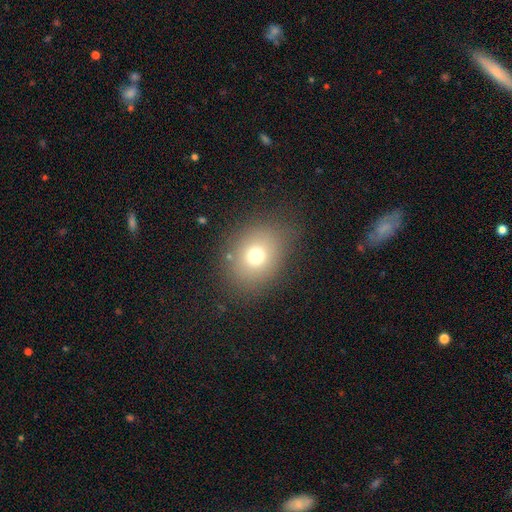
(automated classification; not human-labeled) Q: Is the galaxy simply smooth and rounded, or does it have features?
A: smooth — 72%.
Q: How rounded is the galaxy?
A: round — 53%.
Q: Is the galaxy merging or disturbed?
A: none — 80%.